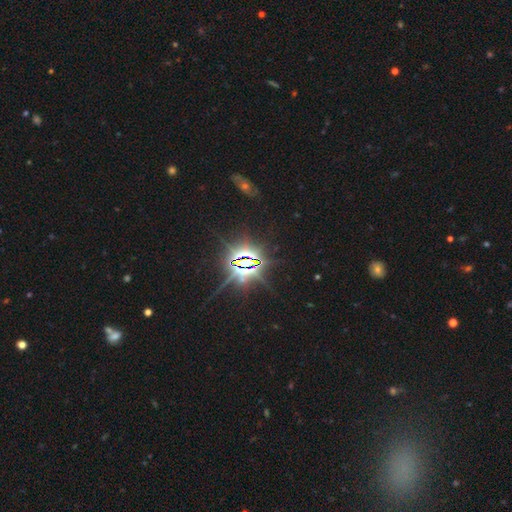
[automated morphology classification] Smooth or featured? star or artifact (85%)